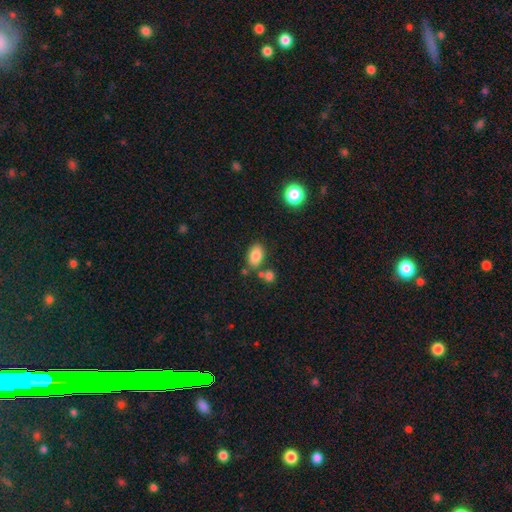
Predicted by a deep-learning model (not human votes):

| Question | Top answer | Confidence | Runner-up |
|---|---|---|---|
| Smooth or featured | smooth | 83% | star or artifact (9%) |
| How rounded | in between | 88% | round (10%) |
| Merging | none | 70% | merger (13%) |